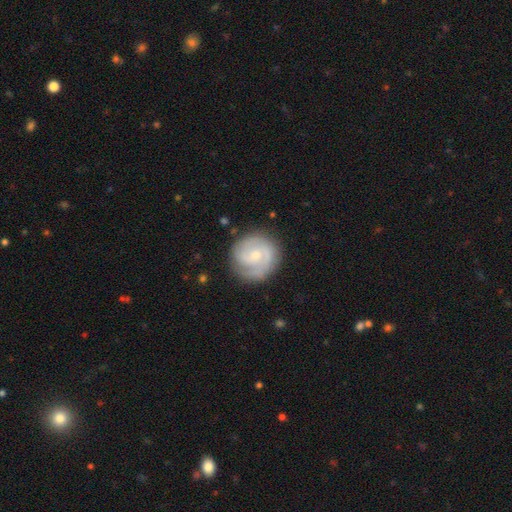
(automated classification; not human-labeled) smooth-or-featured: featured or disk: 75% | smooth: 20% | star or artifact: 5%
  disk-edge-on: no: 98% | yes: 2%
    bar: no: 59% | weak: 36% | strong: 5%
    has-spiral-arms: yes: 93% | no: 7%
      spiral-winding: tight: 49% | medium: 39% | loose: 12%
      spiral-arm-count: 2: 62% | can't tell: 15% | 3: 11% | 1: 7% | 4: 2% | more than 4: 2%
    bulge-size: small: 65% | moderate: 30% | none: 3% | large: 2% | dominant: 1%
  merging: none: 78% | minor disturbance: 15% | major disturbance: 6% | merger: 2%